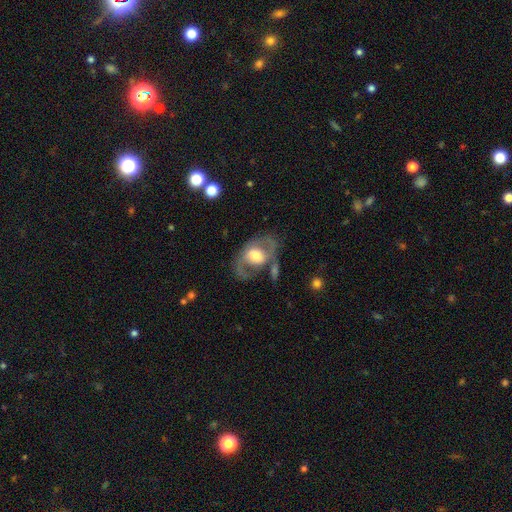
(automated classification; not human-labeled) Smooth or featured? Predicted: featured or disk (p=0.61). Edge-on disk? Predicted: no (p=0.93). Bar? Predicted: no (p=0.60). Spiral arms? Predicted: yes (p=0.55). Bulge size? Predicted: moderate (p=0.49). Merging? Predicted: none (p=0.53).